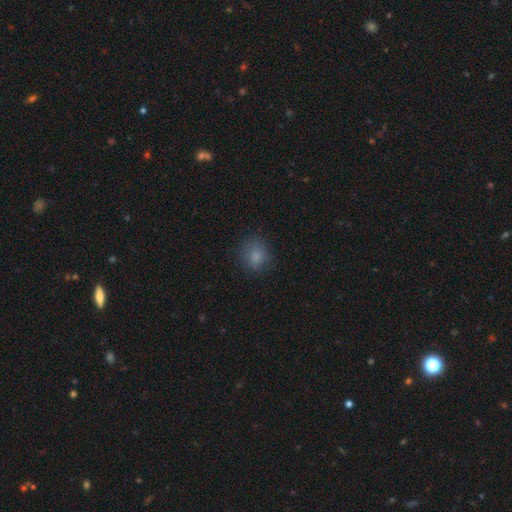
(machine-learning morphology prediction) A smooth galaxy with no disk features (82%) that is round (69%).

Vote fractions:
- Smooth or featured? smooth: 82% / star or artifact: 11% / featured or disk: 7%
- How rounded? round: 69% / in between: 30% / cigar-shaped: 1%
- Merging? none: 79% / minor disturbance: 15% / major disturbance: 5% / merger: 1%